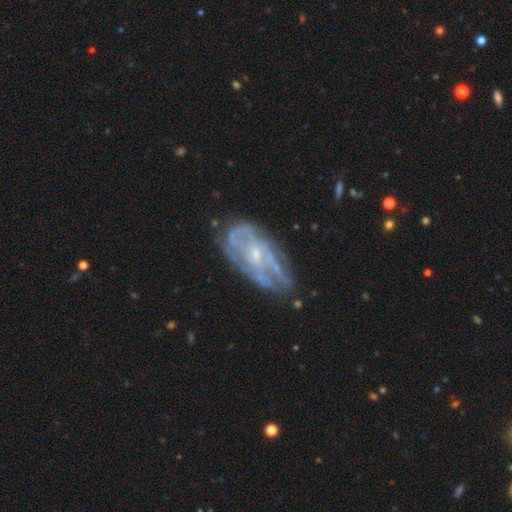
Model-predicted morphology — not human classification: Smooth or featured? featured or disk (73%)
Edge-on disk? no (91%)
Bar? no (62%)
Spiral arms? yes (71%)
Bulge size? small (68%)
Merging? none (61%)